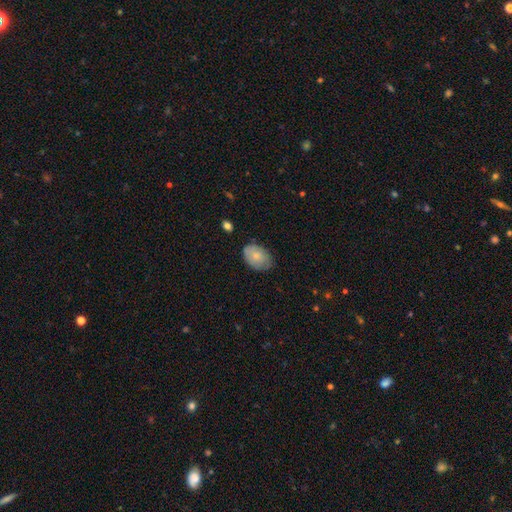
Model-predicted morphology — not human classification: smooth-or-featured: smooth: 74% | featured or disk: 19% | star or artifact: 7%
  how-rounded: in between: 81% | round: 18% | cigar-shaped: 1%
  merging: none: 72% | minor disturbance: 23% | major disturbance: 4% | merger: 1%